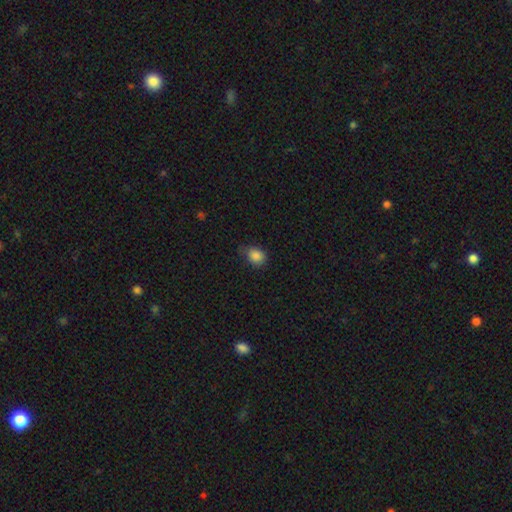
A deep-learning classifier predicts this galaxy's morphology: Overall: smooth (85%). How rounded: round (51%; in between 47%). Merging: none (63%; minor disturbance 29%).